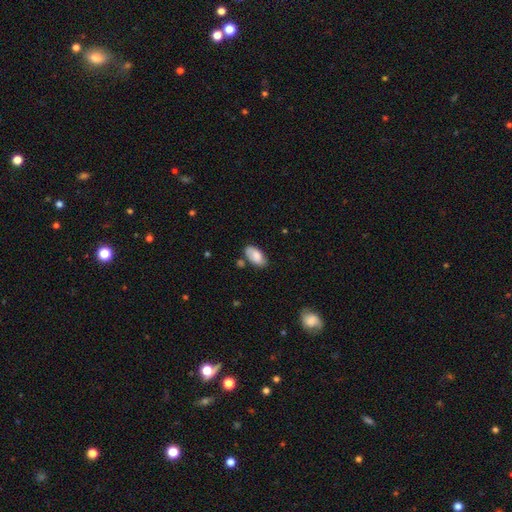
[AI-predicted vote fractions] Overall: smooth (79%). How rounded: in between (95%). Merging: none (70%).